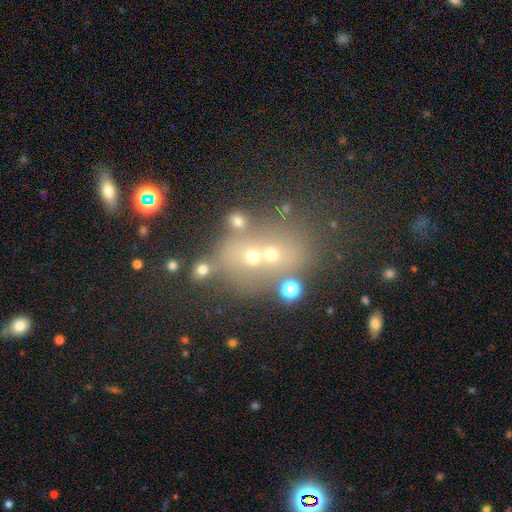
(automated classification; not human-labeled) This appears to be a smooth galaxy with no disk features (44%). Merging: merger (45%).